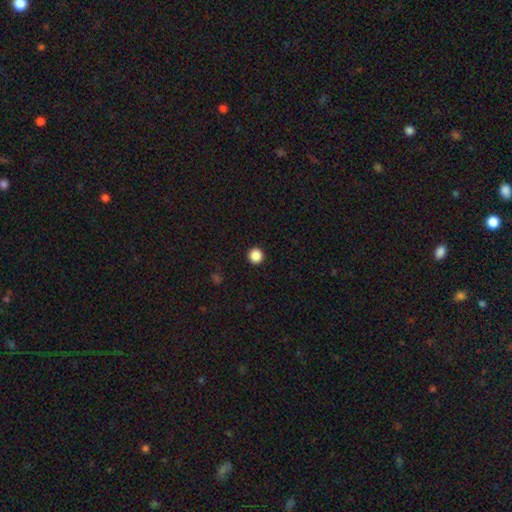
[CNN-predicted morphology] The model was most divided on "smooth or featured": smooth: 87%, star or artifact: 10%, featured or disk: 3%. More confident: how rounded — round (96%); merging — none (94%).